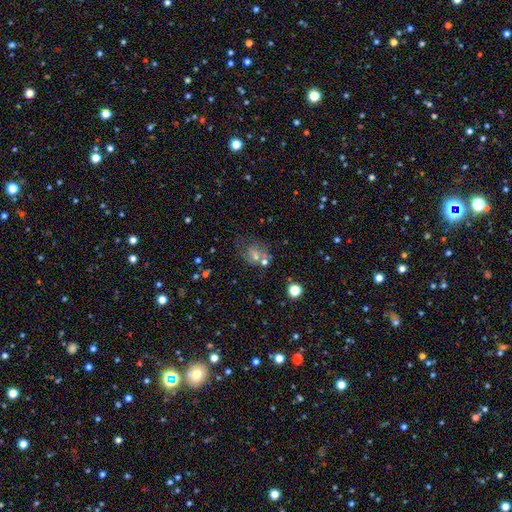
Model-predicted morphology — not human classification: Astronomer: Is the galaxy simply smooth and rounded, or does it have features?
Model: smooth — 43% (runner-up: star or artifact, 30%).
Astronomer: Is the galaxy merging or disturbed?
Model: none — 51%.